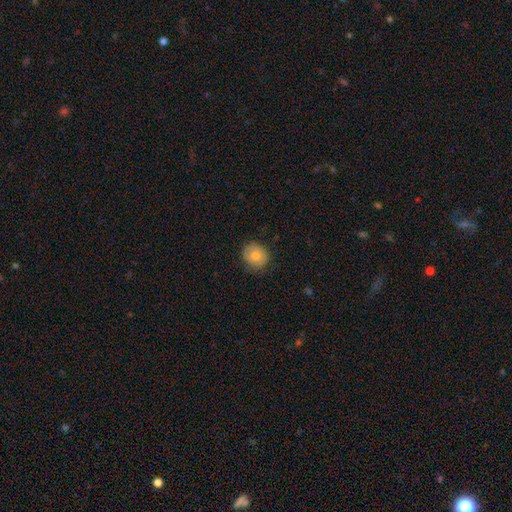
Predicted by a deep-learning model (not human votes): Smooth or featured? smooth (71%)
How rounded? round (86%)
Merging? none (79%)